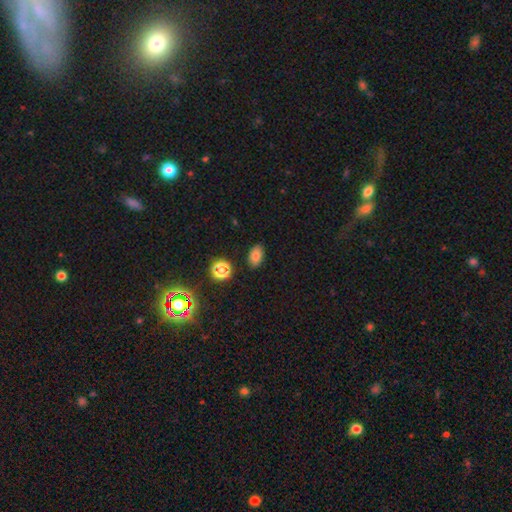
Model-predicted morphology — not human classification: smooth-or-featured: smooth: 78% | star or artifact: 15% | featured or disk: 7%
  how-rounded: in between: 87% | round: 12% | cigar-shaped: 2%
  merging: none: 86% | minor disturbance: 10% | major disturbance: 2% | merger: 2%